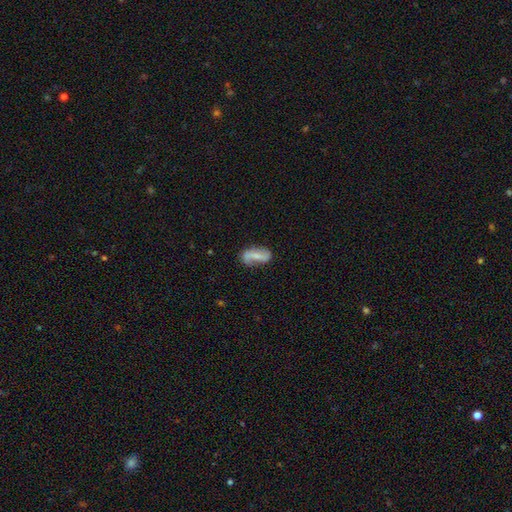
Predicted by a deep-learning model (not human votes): Morphology: type=featured or disk (66%); edge-on=no (94%); bar=strong (43%); spiral arms=yes (87%); winding=loose (71%); arm count=2 (86%); bulge=small (52%); merging=none (67%).